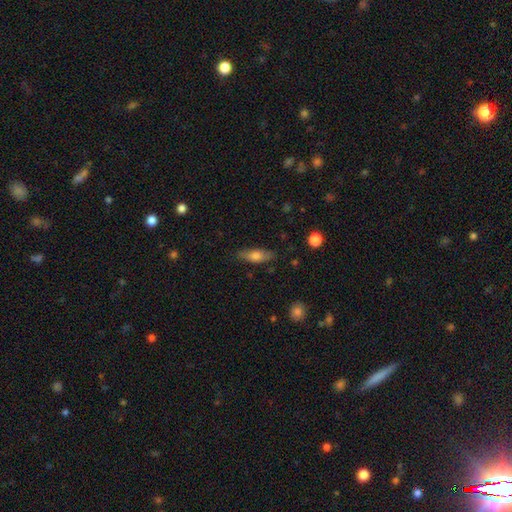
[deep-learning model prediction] Morphology: type=smooth (66%); roundness=in between (61%); merging=none (82%).